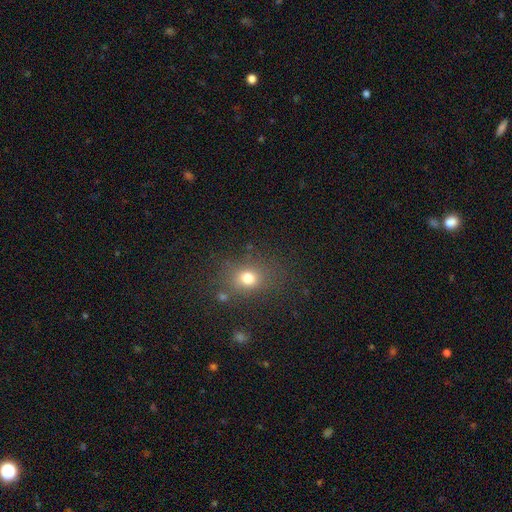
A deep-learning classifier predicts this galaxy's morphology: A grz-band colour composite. It shows a smooth galaxy with no disk features (61%) that is round (65%). Merging: none (83%).